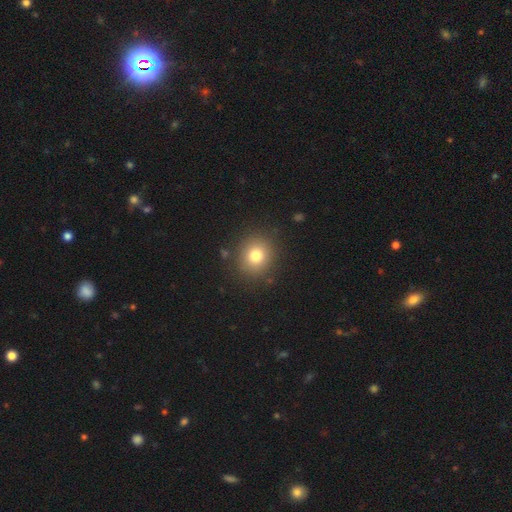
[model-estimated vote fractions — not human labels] This is likely a smooth galaxy (78%). How rounded: clearly round (81%). Merging: clearly none (88%).